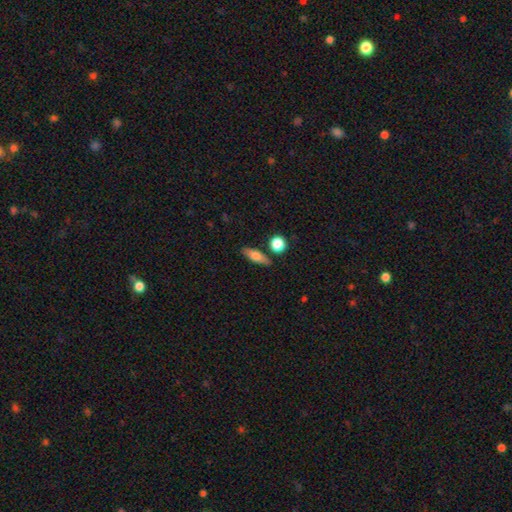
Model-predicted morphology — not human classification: smooth_or_featured: smooth (p=0.65) [alt: featured or disk p=0.28]
how_rounded: in between (p=0.51) [alt: cigar-shaped p=0.42]
merging: none (p=0.80) [alt: minor disturbance p=0.11]